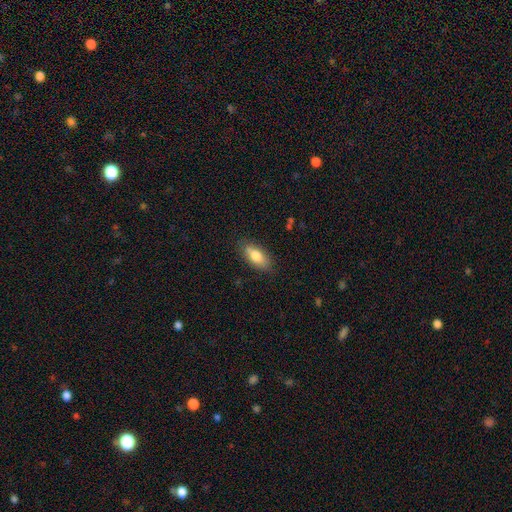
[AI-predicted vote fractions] smooth 77%, featured or disk 16%, star or artifact 7%. Down the decision tree: how rounded — in between (82%); merging — none (81%).